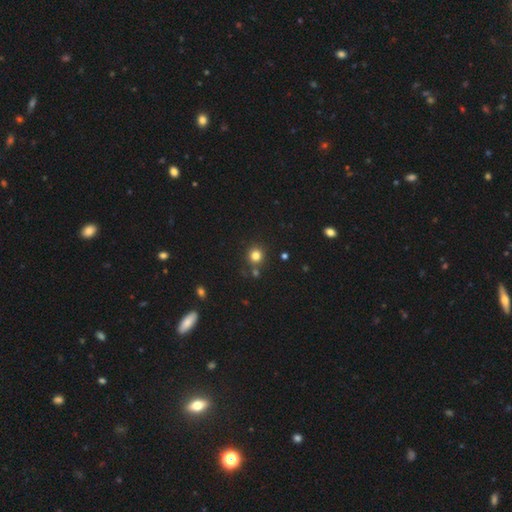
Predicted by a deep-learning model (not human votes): smooth_or_featured: smooth (p=0.80) [alt: star or artifact p=0.14]
how_rounded: round (p=0.91) [alt: in between p=0.08]
merging: none (p=0.80) [alt: merger p=0.09]